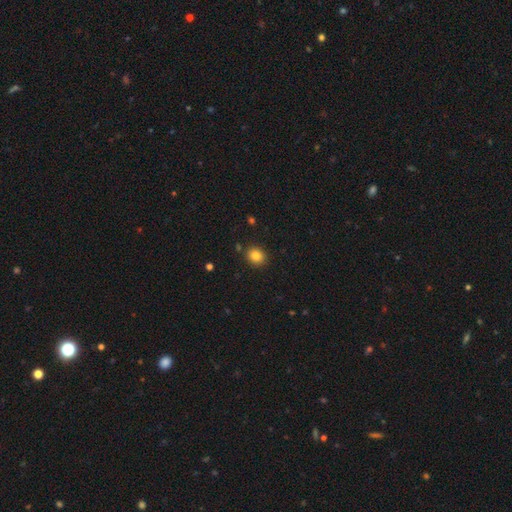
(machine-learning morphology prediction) Smooth or featured? smooth (83%)
How rounded? round (75%)
Merging? none (88%)